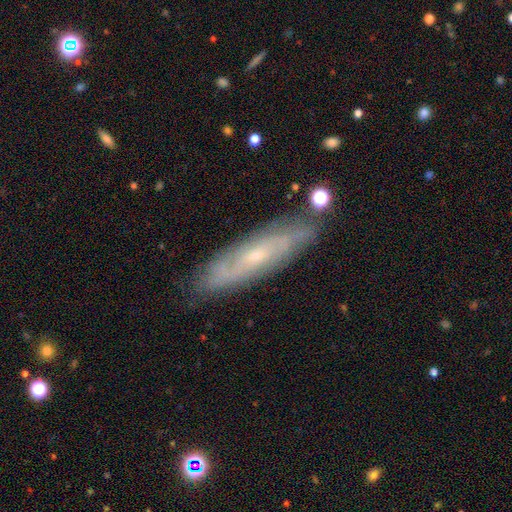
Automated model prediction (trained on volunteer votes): smooth_or_featured: featured or disk (p=0.72) [alt: smooth p=0.21]
disk_edge_on: no (p=0.65) [alt: yes p=0.35]
merging: none (p=0.82) [alt: minor disturbance p=0.13]